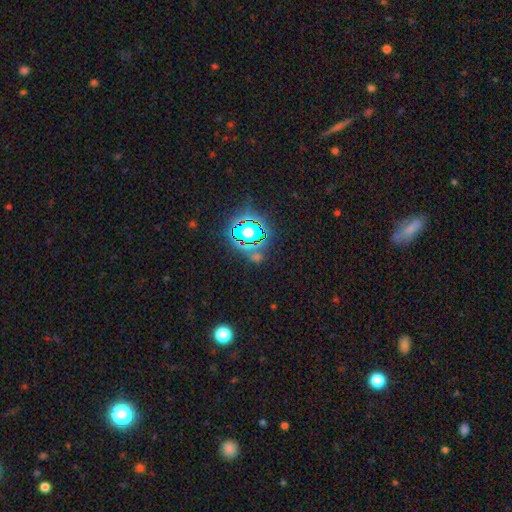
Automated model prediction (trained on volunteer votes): smooth_or_featured: star or artifact (p=0.70) [alt: smooth p=0.21]